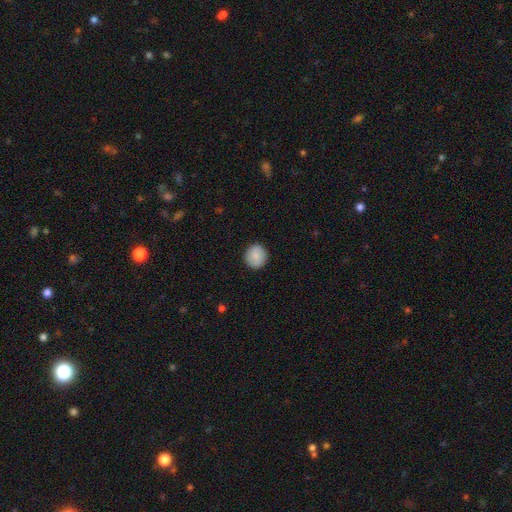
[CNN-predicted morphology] smooth-or-featured: smooth: 82% | featured or disk: 11% | star or artifact: 7%
  how-rounded: round: 91% | in between: 8% | cigar-shaped: 1%
  merging: none: 90% | minor disturbance: 7% | major disturbance: 2% | merger: 1%